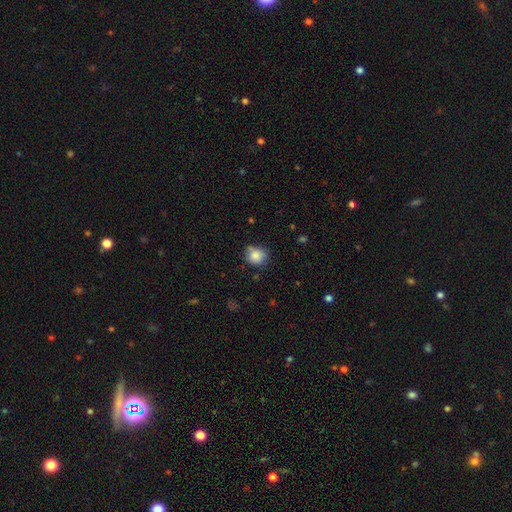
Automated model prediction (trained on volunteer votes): Smooth or featured: smooth — 81% (featured or disk — 10%)
How rounded: round — 74% (in between — 25%)
Merging: none — 65% (minor disturbance — 26%)